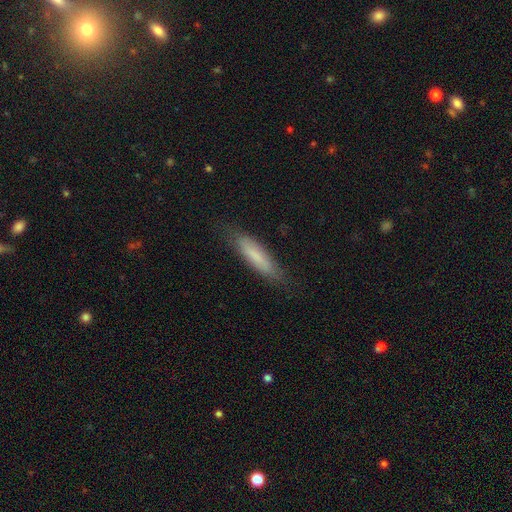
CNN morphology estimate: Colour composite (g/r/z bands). It shows a smooth galaxy with no disk features (75%) that is cigar-shaped (75%). Merging: none (79%).